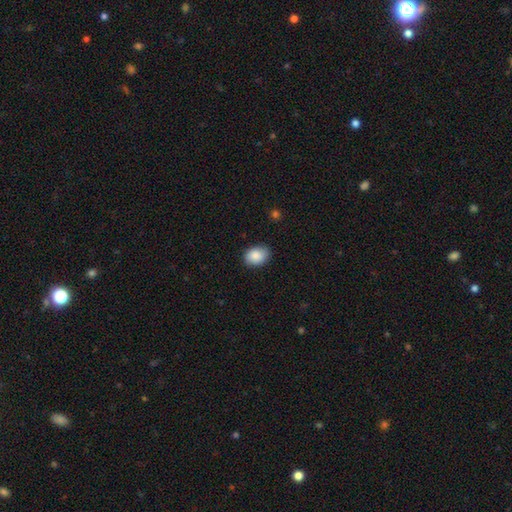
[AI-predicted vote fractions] Smooth or featured? smooth (88%)
How rounded? in between (71%)
Merging? none (83%)